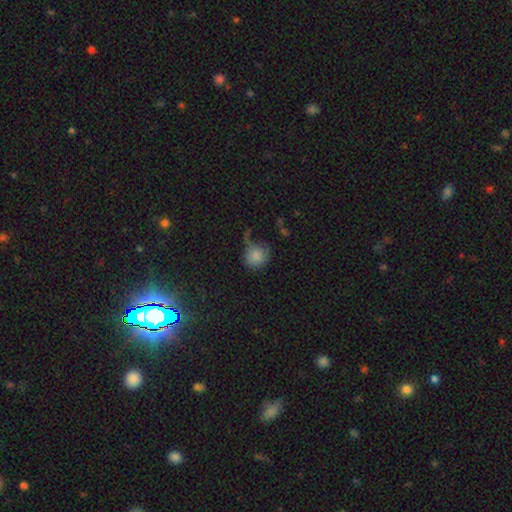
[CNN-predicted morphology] smooth_or_featured: smooth (p=0.79) [alt: star or artifact p=0.11]
how_rounded: round (p=0.77) [alt: in between p=0.22]
merging: none (p=0.44) [alt: minor disturbance p=0.27]